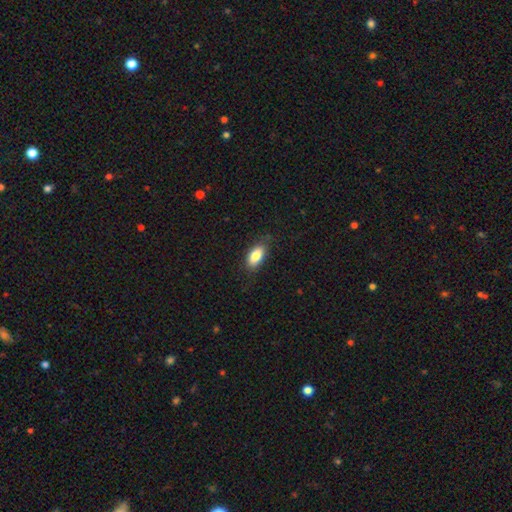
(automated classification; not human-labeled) Smooth or featured? smooth (84%)
How rounded? in between (89%)
Merging? none (79%)